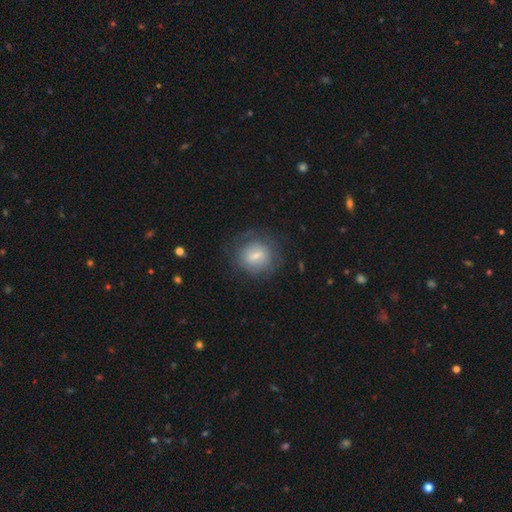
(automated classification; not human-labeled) This appears to be a smooth galaxy with no disk features (51%) that is round (75%). Merging: none (70%).